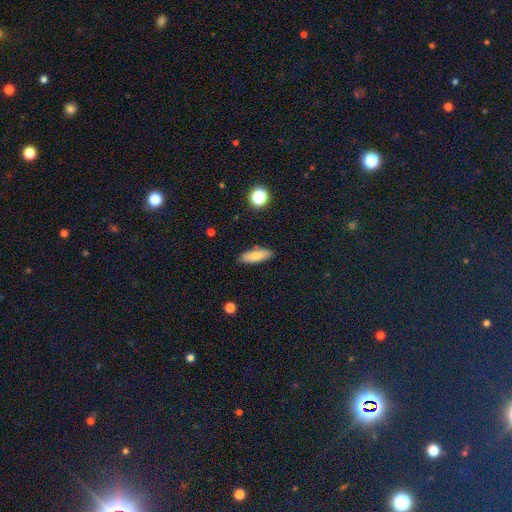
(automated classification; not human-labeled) Morphology: type=smooth (80%); roundness=in between (67%); merging=none (87%).